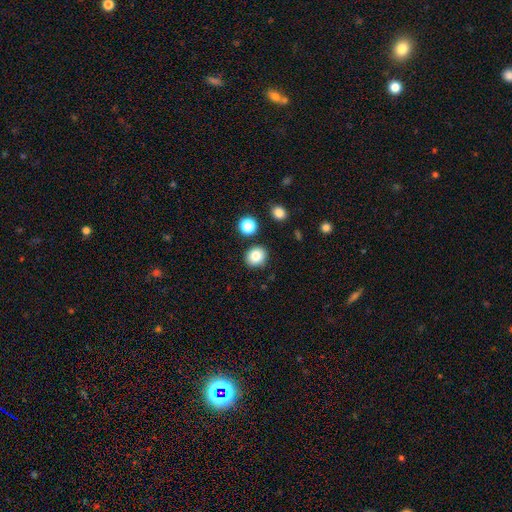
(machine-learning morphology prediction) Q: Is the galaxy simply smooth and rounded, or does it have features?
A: smooth — 85%.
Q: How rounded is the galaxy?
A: round — 77%.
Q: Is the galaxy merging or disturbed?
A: none — 85%.